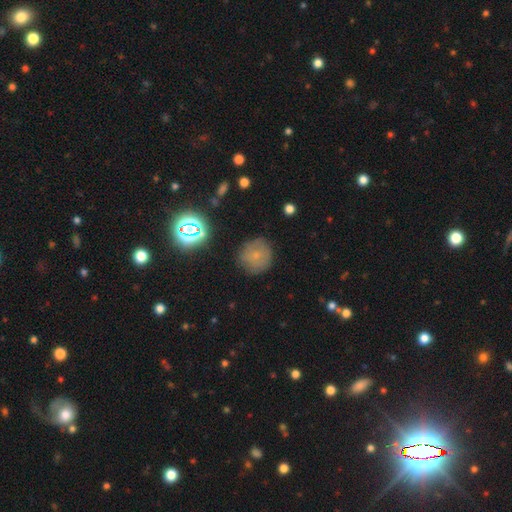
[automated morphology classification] Q: Smooth or featured?
A: smooth (66%); runner-up: featured or disk (18%)
Q: How rounded?
A: round (91%); runner-up: in between (8%)
Q: Merging?
A: none (77%); runner-up: minor disturbance (16%)